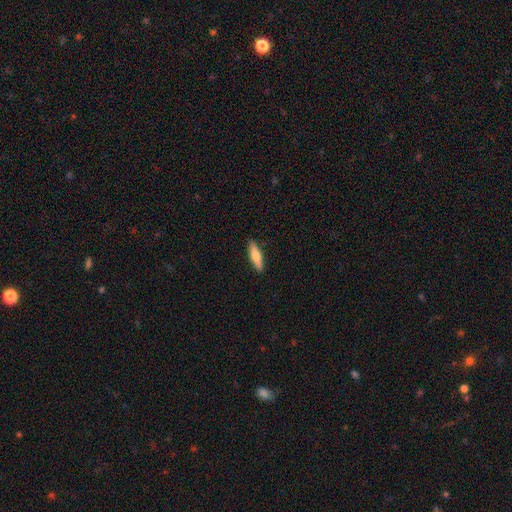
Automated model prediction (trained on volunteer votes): smooth_or_featured: smooth (p=0.66) [alt: featured or disk p=0.28]
how_rounded: cigar-shaped (p=0.68) [alt: in between p=0.30]
merging: none (p=0.89) [alt: minor disturbance p=0.08]